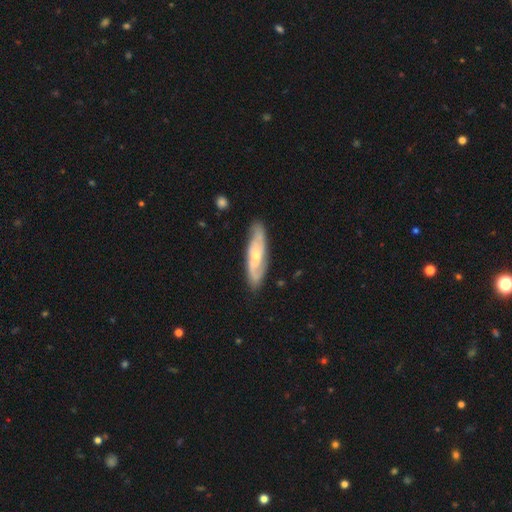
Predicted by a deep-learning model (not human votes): Overall: featured or disk (66%; smooth 28%). Edge-on disk: no (74%). Merging: none (81%).